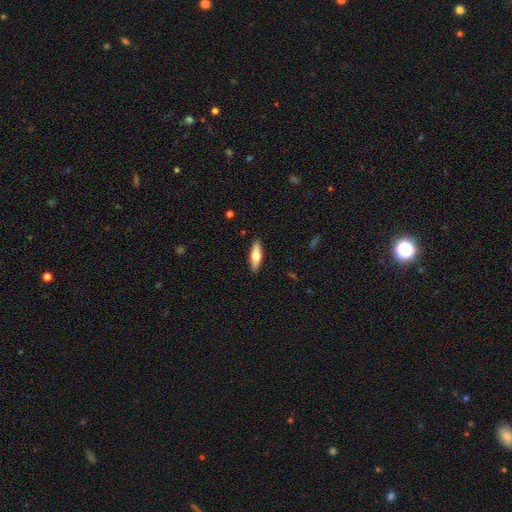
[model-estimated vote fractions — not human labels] Q: Smooth or featured?
A: smooth (54%); runner-up: featured or disk (40%)
Q: How rounded?
A: cigar-shaped (54%); runner-up: in between (44%)
Q: Merging?
A: none (90%); runner-up: minor disturbance (7%)